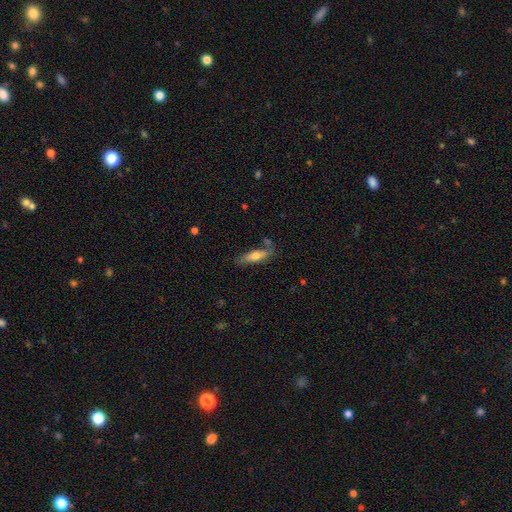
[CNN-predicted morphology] Smooth or featured?
  - smooth: 61% *
  - featured or disk: 32%
  - star or artifact: 6%
How rounded?
  - cigar-shaped: 59% *
  - in between: 38%
  - round: 2%
Merging?
  - none: 70% *
  - minor disturbance: 18%
  - merger: 7%
  - major disturbance: 4%